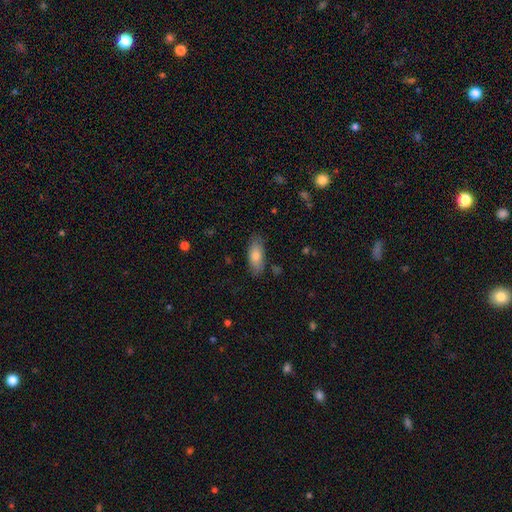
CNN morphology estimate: Overall: smooth (76%). How rounded: in between (81%). Merging: none (81%).